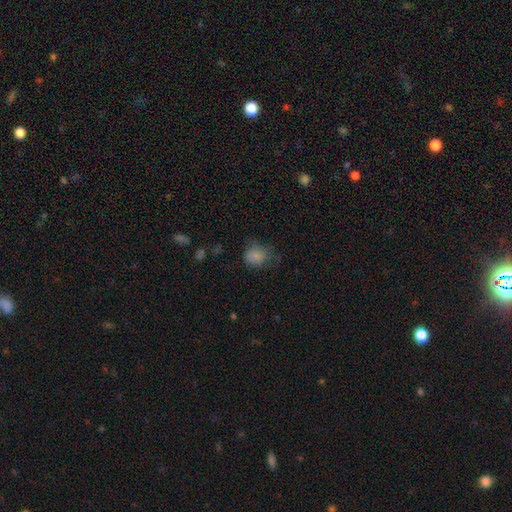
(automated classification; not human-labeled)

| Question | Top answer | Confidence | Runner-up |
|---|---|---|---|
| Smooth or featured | smooth | 79% | star or artifact (11%) |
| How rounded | round | 61% | in between (38%) |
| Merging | none | 52% | minor disturbance (30%) |